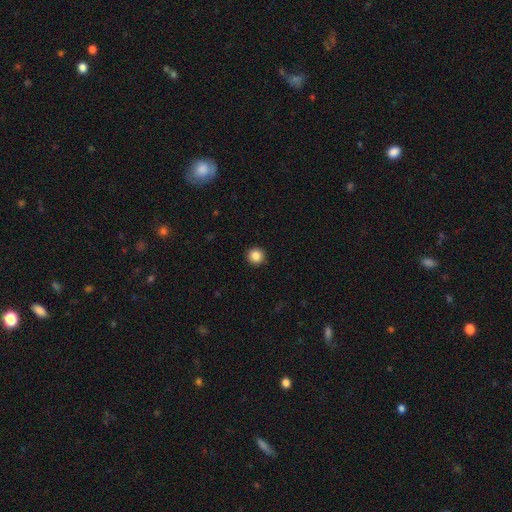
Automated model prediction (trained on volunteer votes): The model was most divided on "smooth or featured": smooth: 86%, star or artifact: 10%, featured or disk: 4%. More confident: how rounded — round (95%); merging — none (93%).